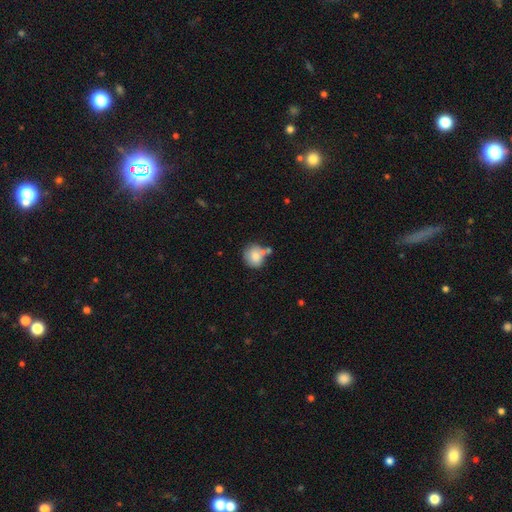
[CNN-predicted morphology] Smooth or featured: smooth — 81% (featured or disk — 11%)
How rounded: round — 79% (in between — 20%)
Merging: none — 57% (merger — 20%)